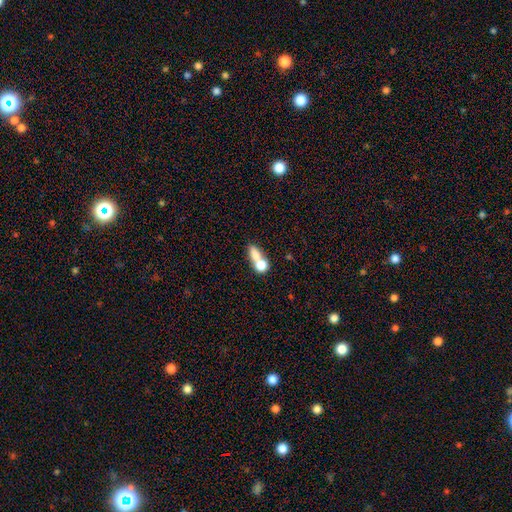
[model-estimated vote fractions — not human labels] This appears to be a smooth galaxy with no disk features (70%) that is in between round and cigar-shaped (55%). Merging: merger (63%).